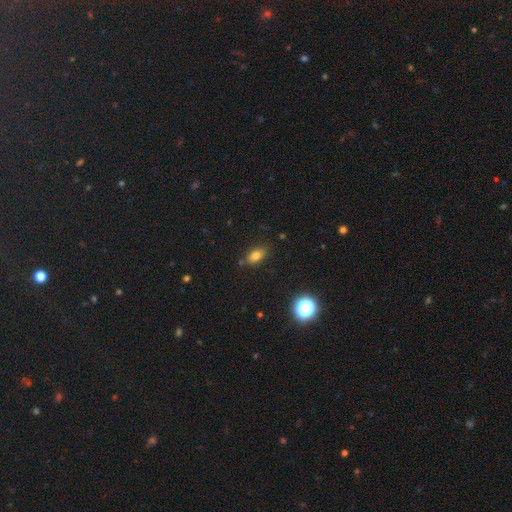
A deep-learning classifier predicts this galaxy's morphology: Smooth or featured: smooth — 77% (star or artifact — 14%)
How rounded: in between — 82% (round — 14%)
Merging: none — 80% (minor disturbance — 14%)